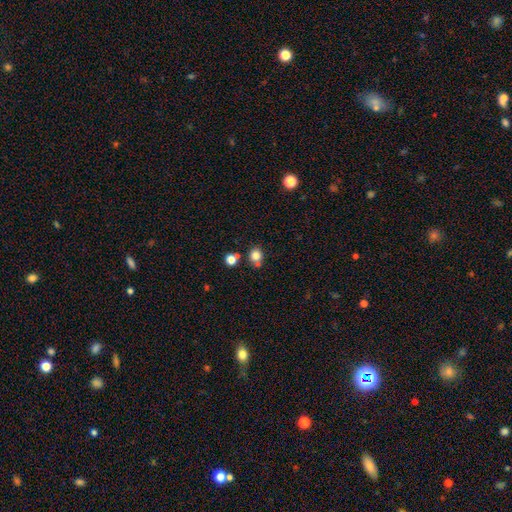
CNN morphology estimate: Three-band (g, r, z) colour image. It shows a smooth galaxy with no disk features (80%) that is round (85%). Merging: none (71%).